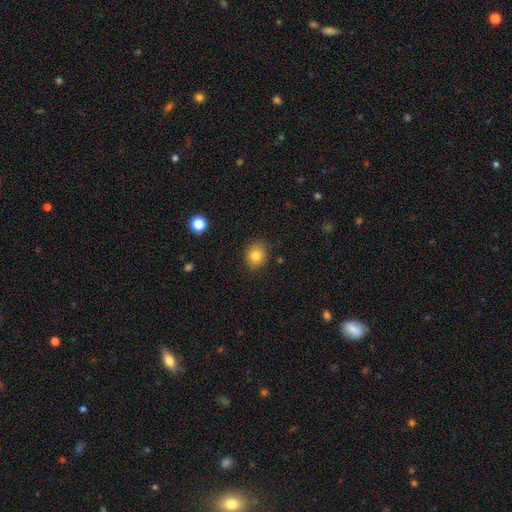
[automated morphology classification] Smooth or featured? Predicted: smooth (p=0.81). How rounded? Predicted: round (p=0.64). Merging? Predicted: none (p=0.86).